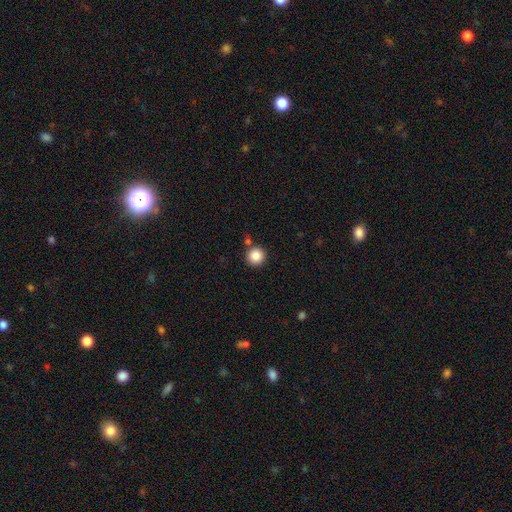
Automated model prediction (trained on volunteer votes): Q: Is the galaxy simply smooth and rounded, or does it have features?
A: smooth — 86%.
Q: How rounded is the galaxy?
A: round — 95%.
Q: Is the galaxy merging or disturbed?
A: none — 83%.